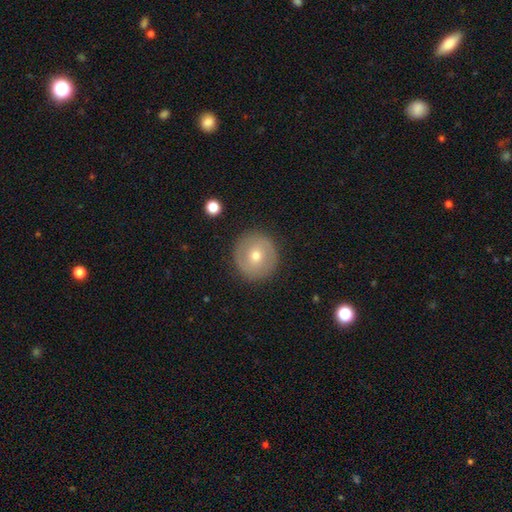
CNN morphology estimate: Q: Smooth or featured?
A: smooth (48%); runner-up: featured or disk (43%)
Q: Merging?
A: none (88%); runner-up: minor disturbance (8%)